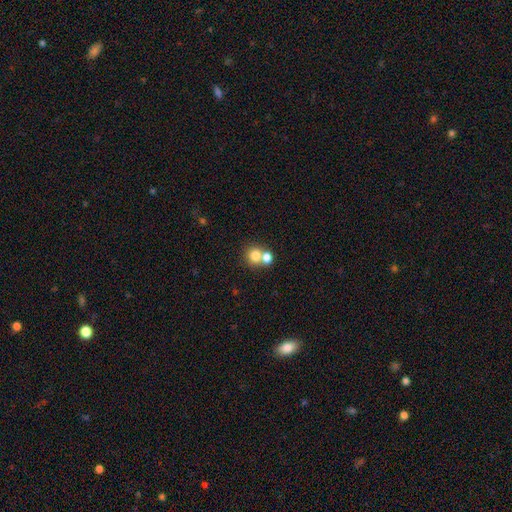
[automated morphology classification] type=smooth (77%); roundness=round (79%); merging=merger (50%).